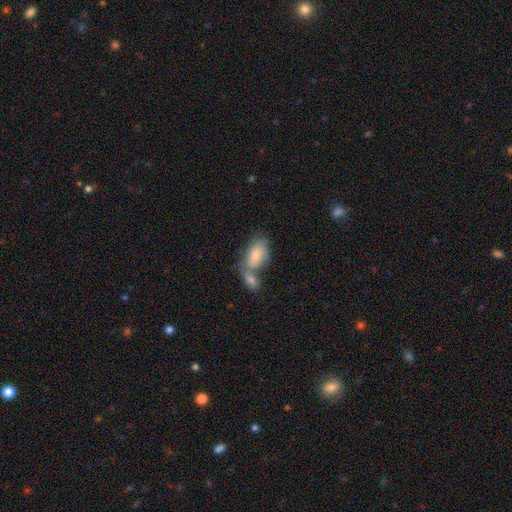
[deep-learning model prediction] The model was most divided on "merging": merger: 54%, none: 27%, minor disturbance: 13%, major disturbance: 6%. More confident: how rounded — in between (92%); smooth or featured — smooth (80%).